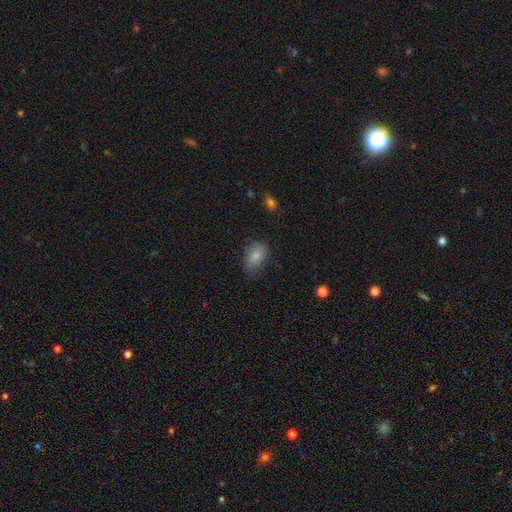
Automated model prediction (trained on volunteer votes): Smooth or featured? smooth (82%)
How rounded? in between (87%)
Merging? none (67%)